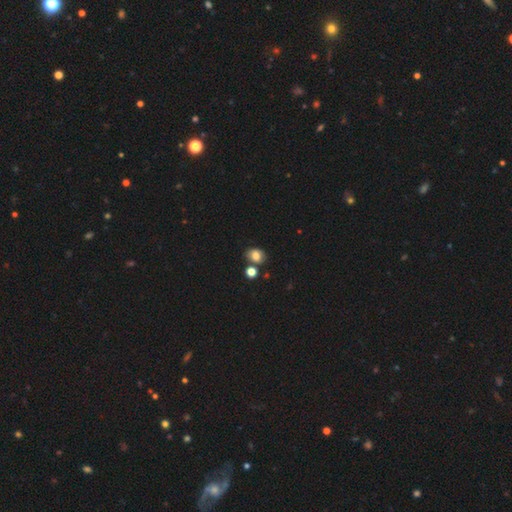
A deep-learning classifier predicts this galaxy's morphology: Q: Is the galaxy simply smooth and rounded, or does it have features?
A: smooth — 79%.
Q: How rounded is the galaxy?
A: in between — 54%.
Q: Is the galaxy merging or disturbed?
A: none — 69%.